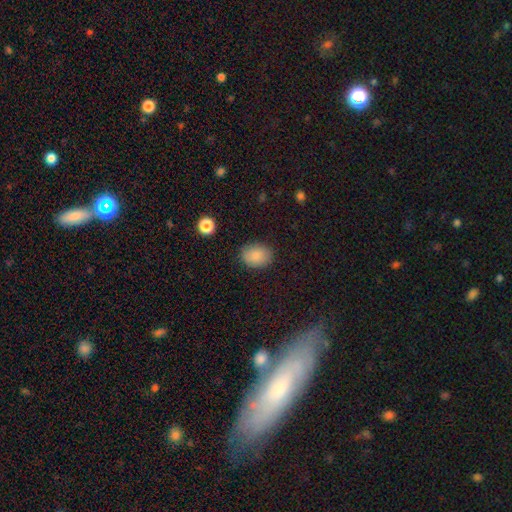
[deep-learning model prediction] The model was most divided on "how rounded": in between: 62%, round: 37%, cigar-shaped: 1%. More confident: smooth or featured — smooth (86%); merging — none (86%).